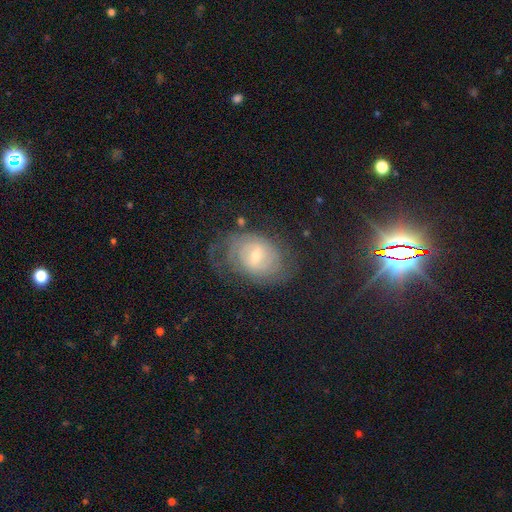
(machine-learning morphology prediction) Q: Smooth or featured?
A: featured or disk (71%); runner-up: smooth (18%)
Q: Edge-on disk?
A: no (96%); runner-up: yes (4%)
Q: Bar?
A: weak (56%); runner-up: no (29%)
Q: Spiral arms?
A: yes (86%); runner-up: no (14%)
Q: Spiral winding?
A: tight (62%); runner-up: medium (28%)
Q: Spiral arm count?
A: can't tell (49%); runner-up: 2 (29%)
Q: Bulge size?
A: small (50%); runner-up: moderate (45%)
Q: Merging?
A: none (63%); runner-up: minor disturbance (20%)